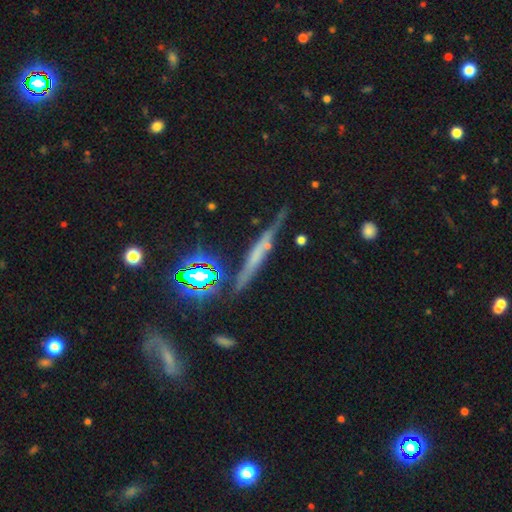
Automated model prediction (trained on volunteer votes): smooth_or_featured: featured or disk (p=0.51) [alt: smooth p=0.30]
disk_edge_on: yes (p=0.91) [alt: no p=0.09]
merging: none (p=0.72) [alt: minor disturbance p=0.18]